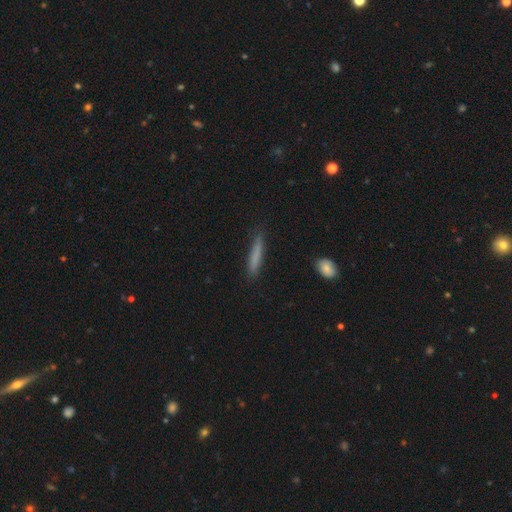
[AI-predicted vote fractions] A smooth galaxy with no disk features (77%) that is cigar-shaped (93%). Merging: none (84%).